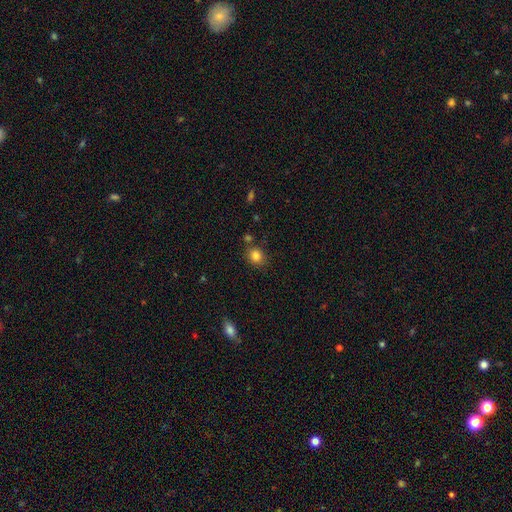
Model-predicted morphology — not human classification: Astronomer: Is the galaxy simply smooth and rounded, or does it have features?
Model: smooth — 84%.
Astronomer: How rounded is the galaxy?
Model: round — 67%.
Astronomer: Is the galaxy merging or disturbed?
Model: none — 76%.